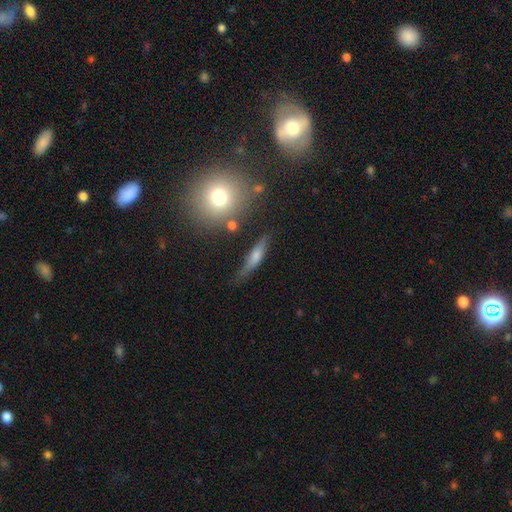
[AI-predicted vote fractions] Smooth or featured: featured or disk — 57% (smooth — 31%)
Edge-on disk: yes — 86% (no — 14%)
Merging: none — 77% (minor disturbance — 15%)